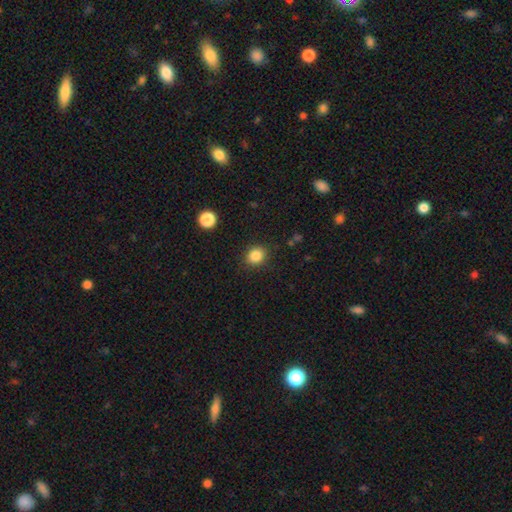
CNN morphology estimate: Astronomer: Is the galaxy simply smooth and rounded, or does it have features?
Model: smooth — 85%.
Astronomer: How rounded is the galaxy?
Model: round — 72%.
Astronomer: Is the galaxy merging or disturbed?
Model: none — 88%.